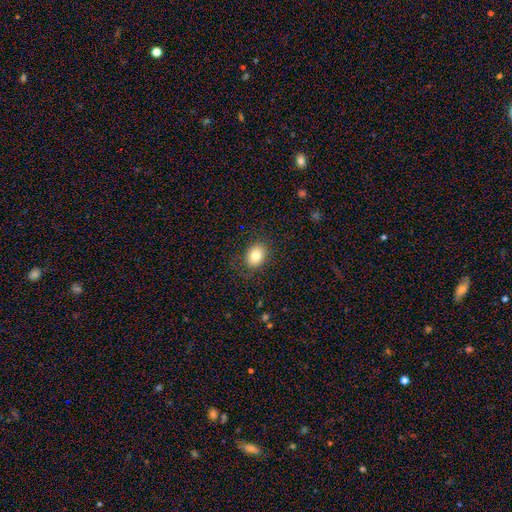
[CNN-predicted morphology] Smooth or featured? Predicted: smooth (p=0.82). How rounded? Predicted: in between (p=0.64). Merging? Predicted: none (p=0.84).